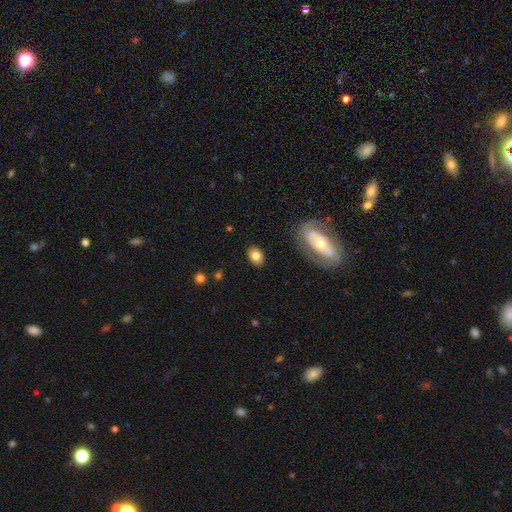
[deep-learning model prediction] A smooth galaxy with no disk features (80%) that is in between round and cigar-shaped (76%).

Vote fractions:
- Smooth or featured? smooth: 80% / featured or disk: 12% / star or artifact: 8%
- How rounded? in between: 76% / round: 23% / cigar-shaped: 1%
- Merging? none: 86% / minor disturbance: 10% / major disturbance: 3% / merger: 2%